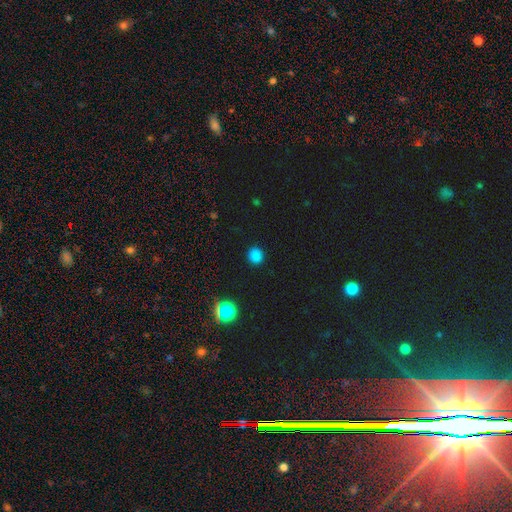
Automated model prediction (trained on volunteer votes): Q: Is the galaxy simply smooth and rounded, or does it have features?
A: smooth — 81%.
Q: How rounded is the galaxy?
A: round — 88%.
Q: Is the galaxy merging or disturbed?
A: none — 90%.